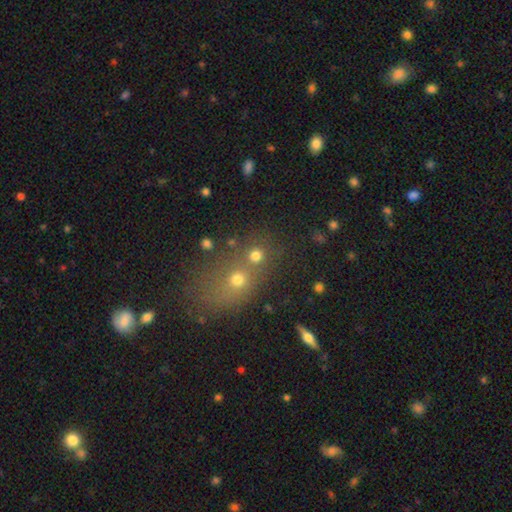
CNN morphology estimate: smooth_or_featured: smooth (p=0.71) [alt: star or artifact p=0.19]
how_rounded: round (p=0.85) [alt: in between p=0.13]
merging: none (p=0.53) [alt: merger p=0.37]